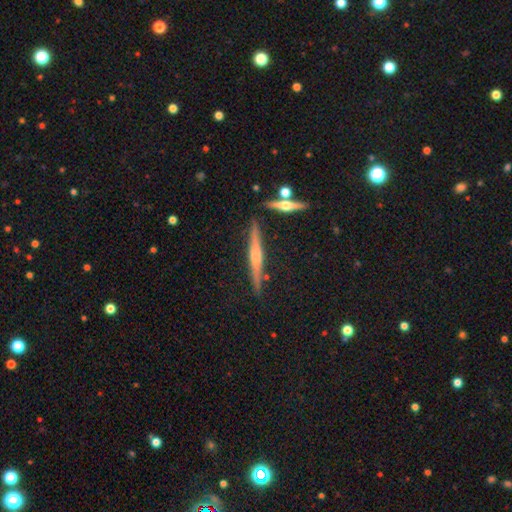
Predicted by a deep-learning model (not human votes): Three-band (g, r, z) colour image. It shows a featured or disk galaxy (67%) viewed edge-on (97%) with a rounded central bulge (71%). Merging: none (85%).